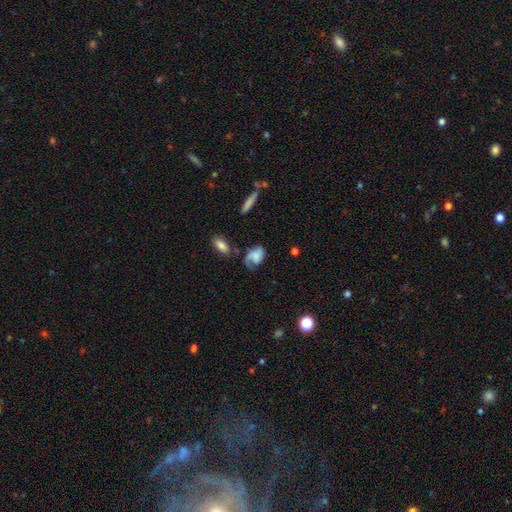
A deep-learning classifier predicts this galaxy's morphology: A featured or disk galaxy (47%).

Vote fractions:
- Smooth or featured? featured or disk: 47% / smooth: 45% / star or artifact: 8%
- Merging? none: 35% / major disturbance: 33% / minor disturbance: 26% / merger: 6%